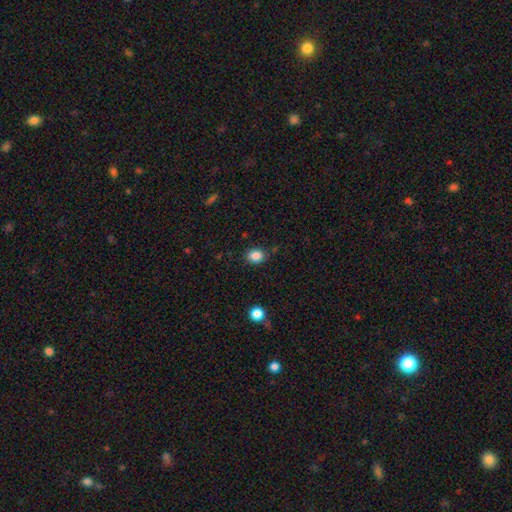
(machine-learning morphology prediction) Overall: smooth (85%). How rounded: round (58%; in between 41%). Merging: none (84%).